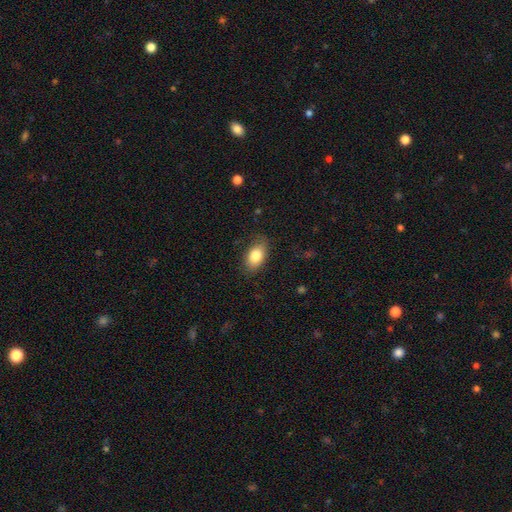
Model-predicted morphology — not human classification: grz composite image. It shows a smooth galaxy with no disk features (83%) that is in between round and cigar-shaped (89%). Merging: none (81%).